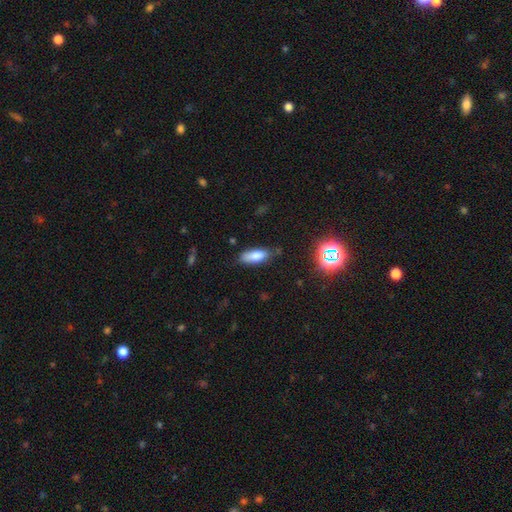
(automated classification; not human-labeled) A smooth galaxy with no disk features (79%) that is in between round and cigar-shaped (74%). Merging: none (72%).